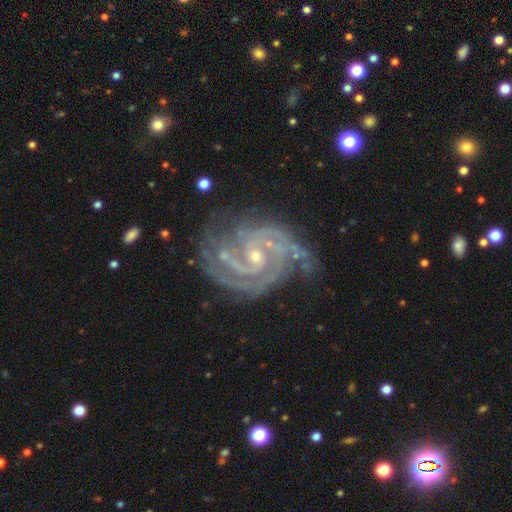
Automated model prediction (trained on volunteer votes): featured or disk 93%, star or artifact 5%, smooth 2%. Down the decision tree: edge-on disk — no (98%); bar — no (46%); spiral arms — yes (99%); spiral arm count — 2 (36%); spiral winding — tight (65%); bulge size — small (73%); merging — none (66%).